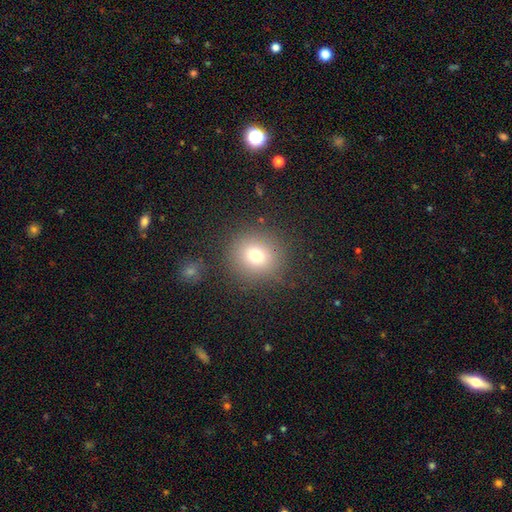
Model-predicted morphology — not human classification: smooth-or-featured: smooth: 72% | star or artifact: 16% | featured or disk: 12%
  how-rounded: round: 91% | in between: 8% | cigar-shaped: 1%
  merging: none: 85% | minor disturbance: 8% | major disturbance: 4% | merger: 2%